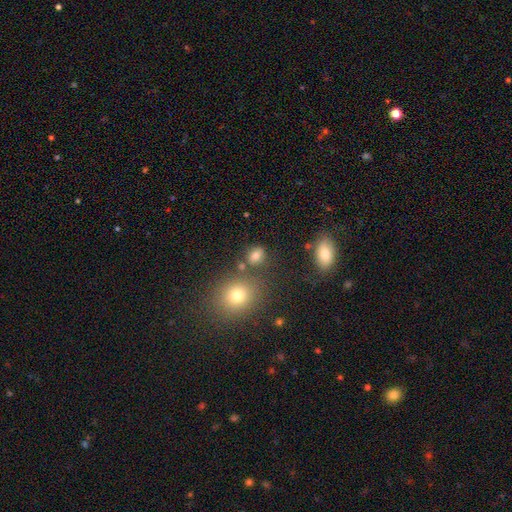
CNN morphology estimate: A smooth galaxy with no disk features (77%) that is round (49%, tied with in between).

Vote fractions:
- Smooth or featured? smooth: 77% / star or artifact: 15% / featured or disk: 8%
- How rounded? round: 49% (tied) / in between: 49% (tied) / cigar-shaped: 2%
- Merging? none: 72% / minor disturbance: 13% / merger: 10% / major disturbance: 5%